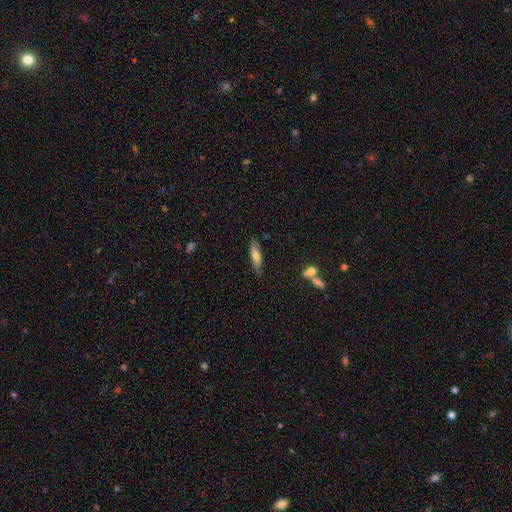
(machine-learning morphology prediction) smooth 61%, featured or disk 33%, star or artifact 7%. Down the decision tree: how rounded — cigar-shaped (69%); merging — none (81%).